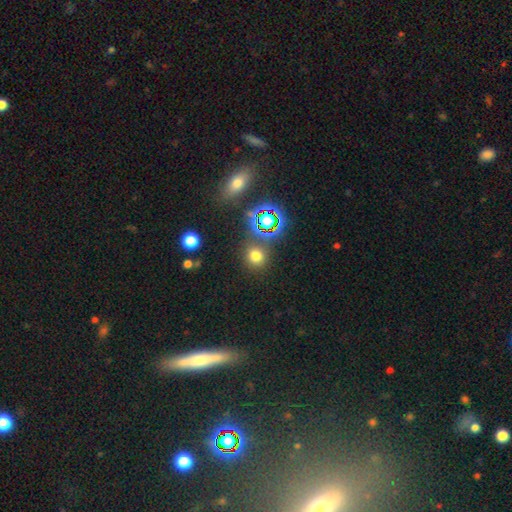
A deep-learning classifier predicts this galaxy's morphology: smooth-or-featured: smooth: 65% | star or artifact: 28% | featured or disk: 7%
  how-rounded: round: 87% | in between: 12% | cigar-shaped: 1%
  merging: none: 82% | minor disturbance: 8% | merger: 6% | major disturbance: 4%